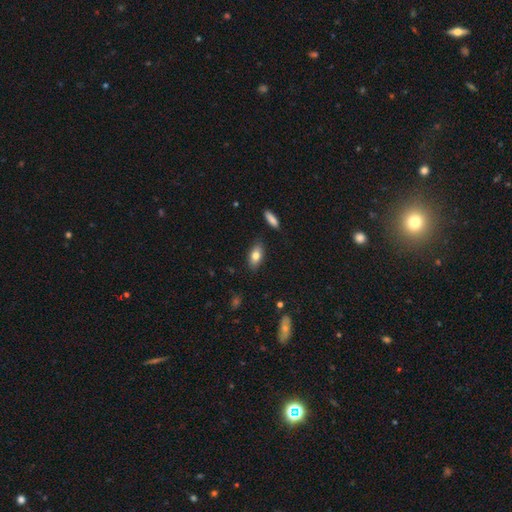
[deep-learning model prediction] The model was most divided on "smooth or featured": smooth: 77%, featured or disk: 16%, star or artifact: 7%. More confident: how rounded — in between (86%); merging — none (85%).